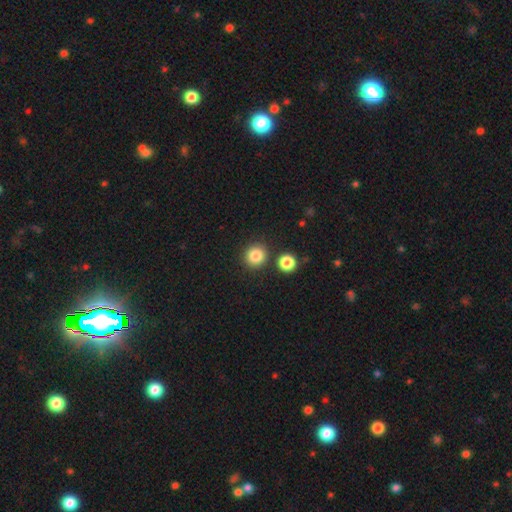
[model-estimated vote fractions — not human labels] A smooth galaxy with no disk features (84%) that is round (89%). Merging: none (85%).